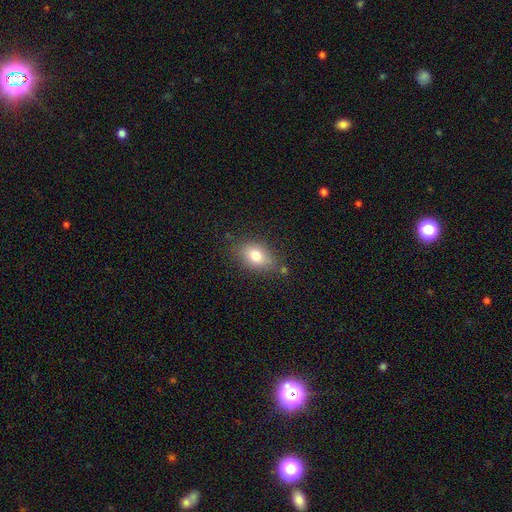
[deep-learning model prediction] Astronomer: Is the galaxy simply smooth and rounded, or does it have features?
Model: smooth — 77%.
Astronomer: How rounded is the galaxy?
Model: in between — 76%.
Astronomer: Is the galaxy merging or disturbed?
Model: none — 76%.